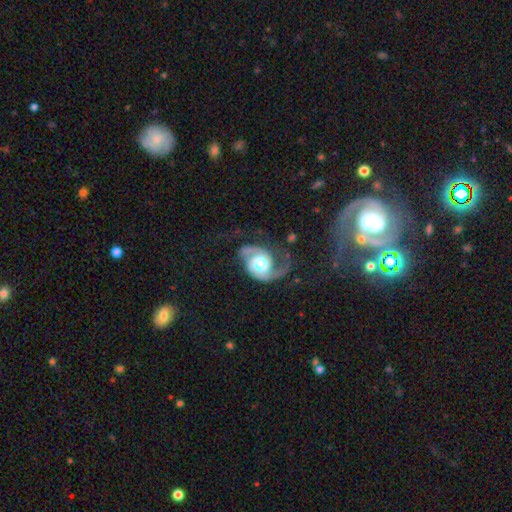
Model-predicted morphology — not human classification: featured or disk 88%, smooth 7%, star or artifact 5%. Down the decision tree: edge-on disk — no (98%); bar — no (62%); spiral arms — yes (96%); spiral arm count — 2 (87%); spiral winding — medium (50%); bulge size — moderate (68%); merging — none (56%).